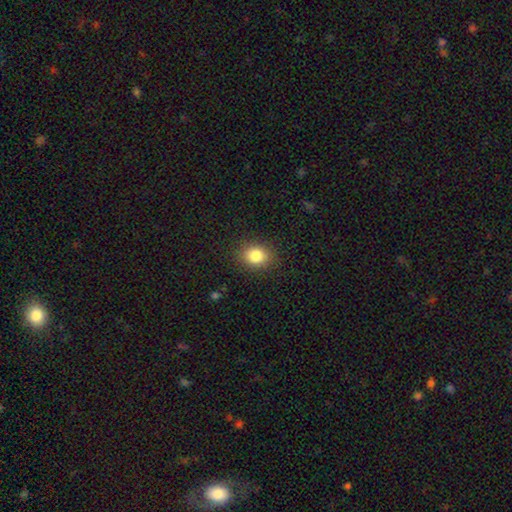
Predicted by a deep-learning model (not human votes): Smooth or featured? smooth (83%)
How rounded? round (56%)
Merging? none (87%)